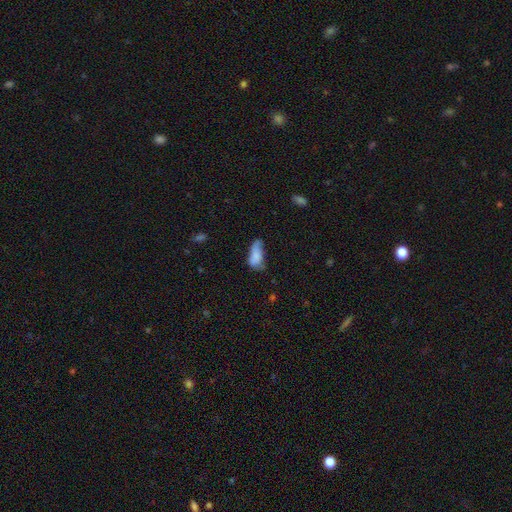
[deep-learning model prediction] Overall: smooth (77%). How rounded: in between (84%). Merging: minor disturbance (39%; none 31%).